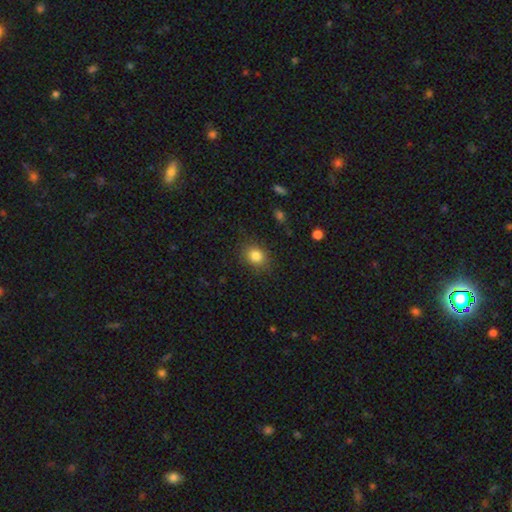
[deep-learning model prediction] Morphology: type=smooth (84%); roundness=round (56%); merging=none (82%).